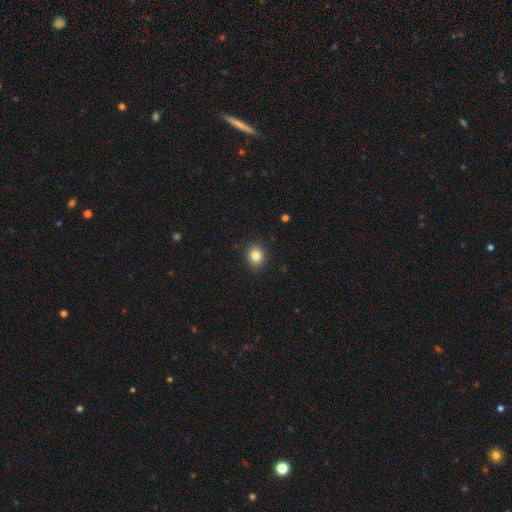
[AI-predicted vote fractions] A smooth galaxy with no disk features (84%) that is round (71%). Merging: none (89%).